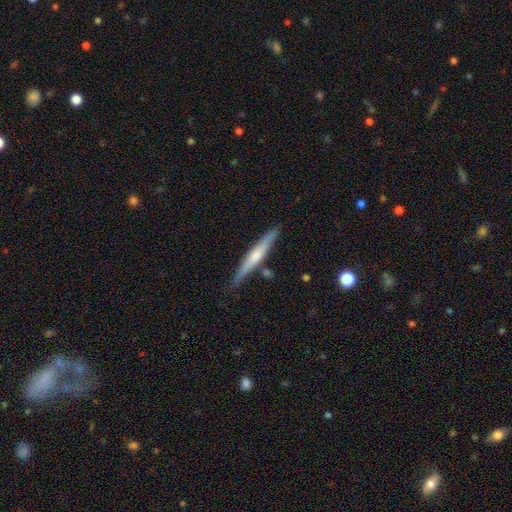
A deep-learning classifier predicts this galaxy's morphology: Smooth or featured?
  - featured or disk: 55% *
  - smooth: 39%
  - star or artifact: 5%
Edge-on disk?
  - yes: 96% *
  - no: 4%
Edge-on bulge?
  - rounded: 63% *
  - none: 28%
  - boxy: 10%
Merging?
  - none: 82% *
  - minor disturbance: 12%
  - merger: 4%
  - major disturbance: 2%